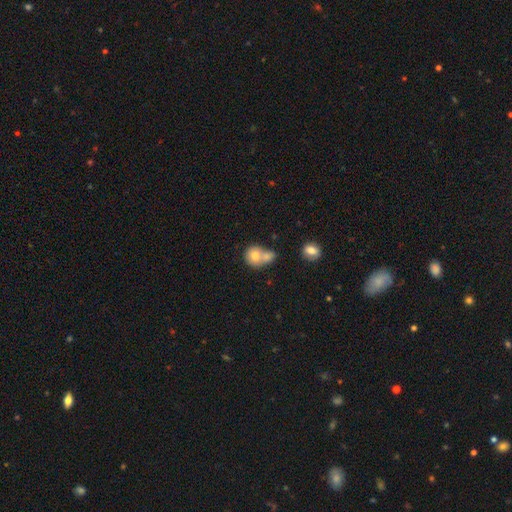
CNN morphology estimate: smooth_or_featured: smooth (p=0.76) [alt: featured or disk p=0.16]
how_rounded: round (p=0.77) [alt: in between p=0.22]
merging: merger (p=0.57) [alt: none p=0.30]